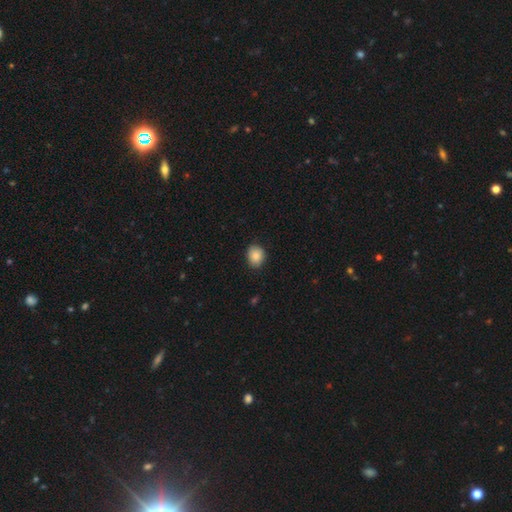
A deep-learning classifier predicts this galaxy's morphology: Smooth or featured: smooth — 86% (star or artifact — 8%)
How rounded: round — 56% (in between — 43%)
Merging: none — 84% (minor disturbance — 13%)